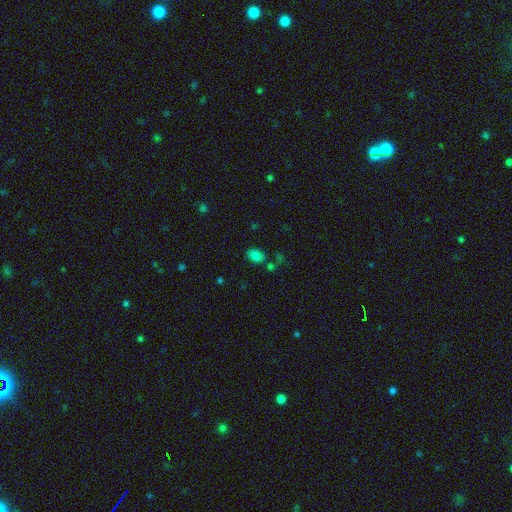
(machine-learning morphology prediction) A smooth galaxy with no disk features (79%) that is in between round and cigar-shaped (71%). Merging: none (73%).